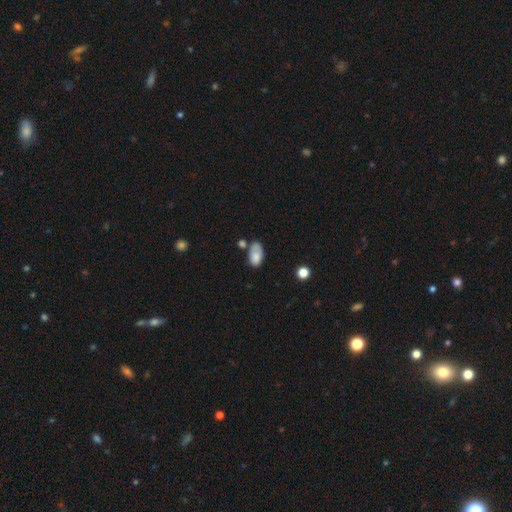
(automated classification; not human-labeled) Q: Smooth or featured?
A: smooth (78%); runner-up: featured or disk (14%)
Q: How rounded?
A: in between (93%); runner-up: round (6%)
Q: Merging?
A: none (44%); runner-up: minor disturbance (26%)